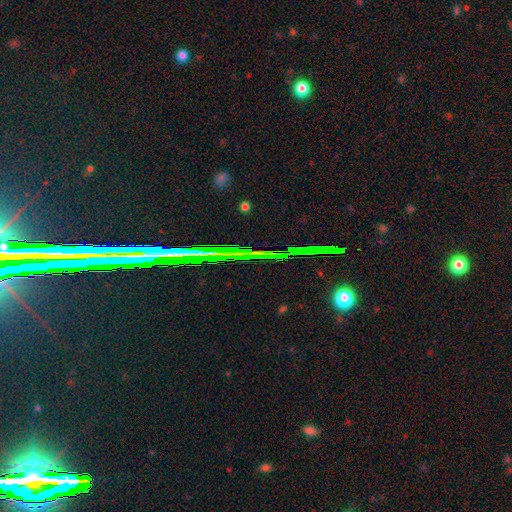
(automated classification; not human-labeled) Smooth or featured: star or artifact — 70% (featured or disk — 16%)